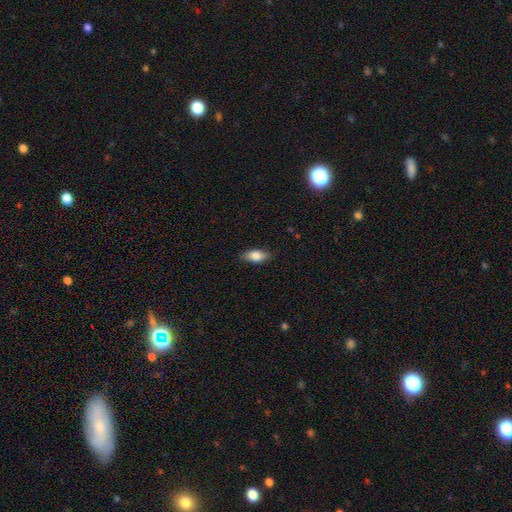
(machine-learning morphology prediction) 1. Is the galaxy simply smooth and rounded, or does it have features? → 78% smooth, 15% featured or disk, 7% star or artifact.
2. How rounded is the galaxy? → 83% in between, 12% cigar-shaped, 5% round.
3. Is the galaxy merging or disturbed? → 84% none, 12% minor disturbance, 3% major disturbance, 1% merger.